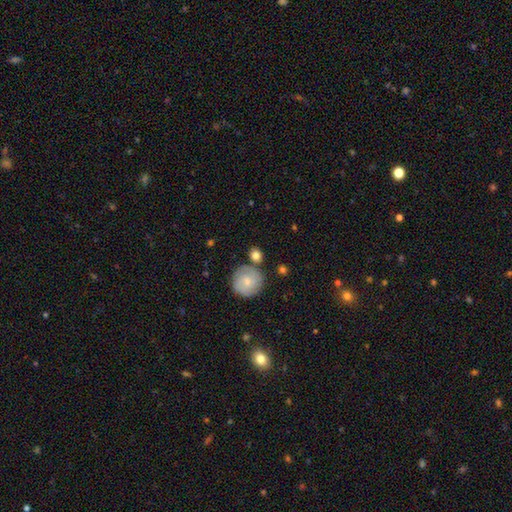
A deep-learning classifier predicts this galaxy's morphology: smooth_or_featured: smooth (p=0.71) [alt: featured or disk p=0.20]
how_rounded: round (p=0.86) [alt: in between p=0.13]
merging: none (p=0.70) [alt: minor disturbance p=0.13]